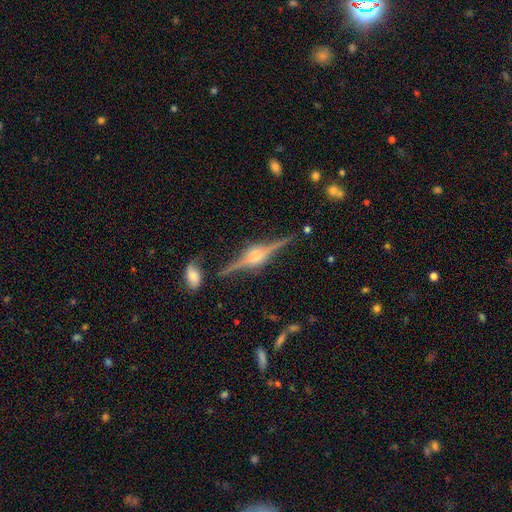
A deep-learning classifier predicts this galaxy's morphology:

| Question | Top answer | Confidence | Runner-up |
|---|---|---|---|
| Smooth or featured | featured or disk | 88% | smooth (6%) |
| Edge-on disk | yes | 98% | no (2%) |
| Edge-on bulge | rounded | 86% | boxy (12%) |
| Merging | none | 84% | minor disturbance (10%) |